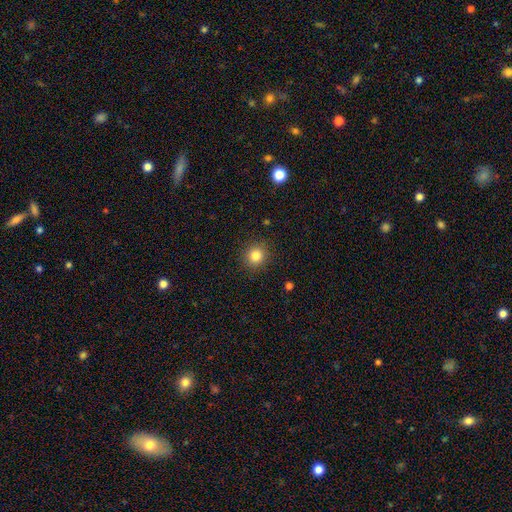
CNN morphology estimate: type=smooth (83%); roundness=round (90%); merging=none (90%).